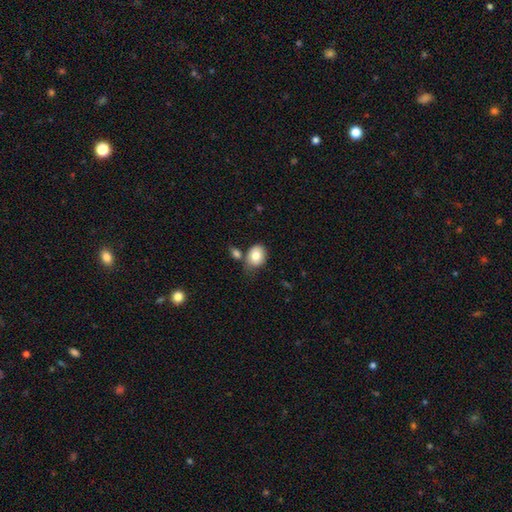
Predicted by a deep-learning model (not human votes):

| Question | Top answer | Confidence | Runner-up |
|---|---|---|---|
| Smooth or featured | smooth | 79% | featured or disk (13%) |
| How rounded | in between | 60% | round (39%) |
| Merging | none | 53% | minor disturbance (21%) |